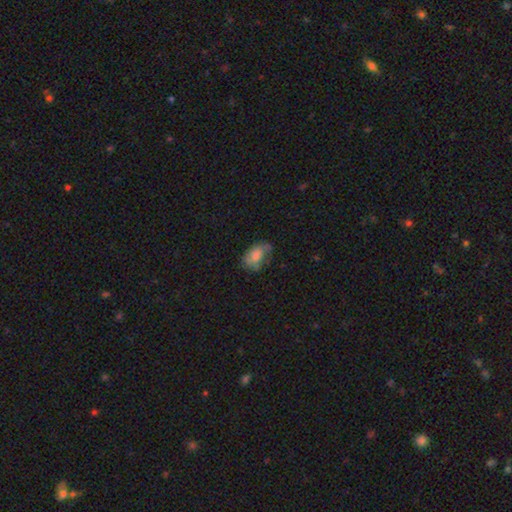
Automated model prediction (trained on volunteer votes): Morphology: type=smooth (60%); roundness=in between (86%); merging=none (44%).